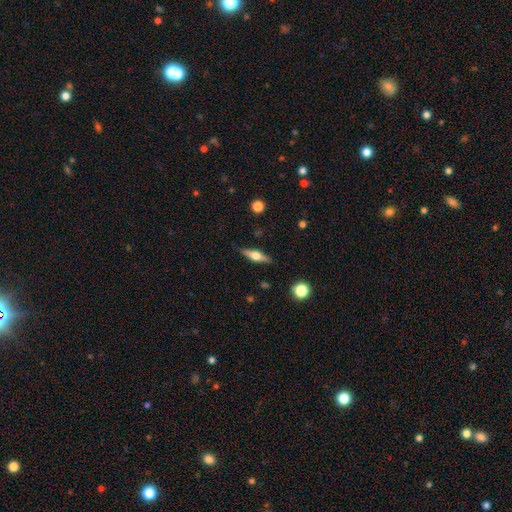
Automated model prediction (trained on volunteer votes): Smooth or featured? featured or disk (61%)
Edge-on disk? yes (95%)
Edge-on bulge? rounded (92%)
Merging? none (86%)